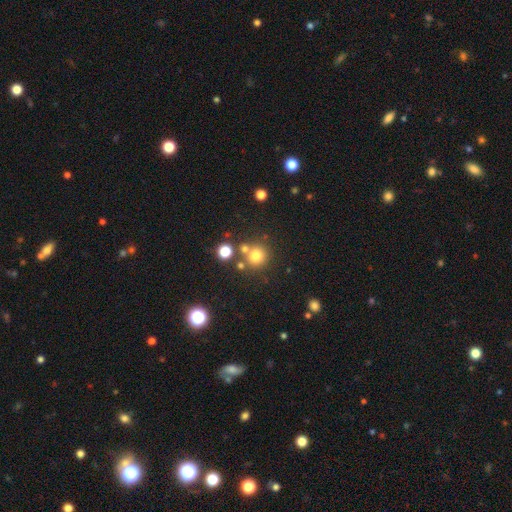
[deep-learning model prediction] Overall: smooth (75%). How rounded: round (91%). Merging: none (70%).